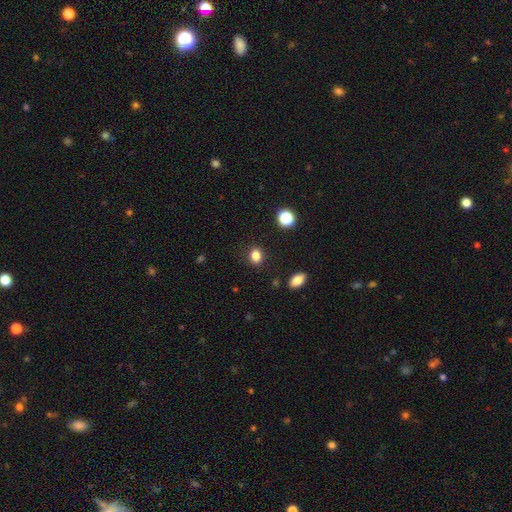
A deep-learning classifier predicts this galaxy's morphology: A smooth galaxy with no disk features (83%) that is in between round and cigar-shaped (51%). Merging: none (87%).